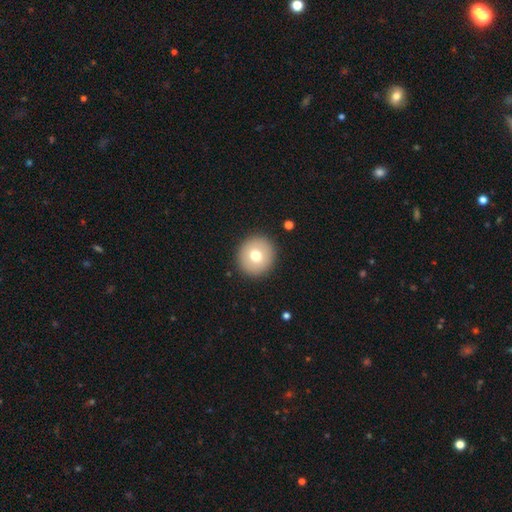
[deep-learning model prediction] Smooth or featured: smooth — 71% (featured or disk — 19%)
How rounded: round — 93% (in between — 6%)
Merging: none — 92% (minor disturbance — 5%)